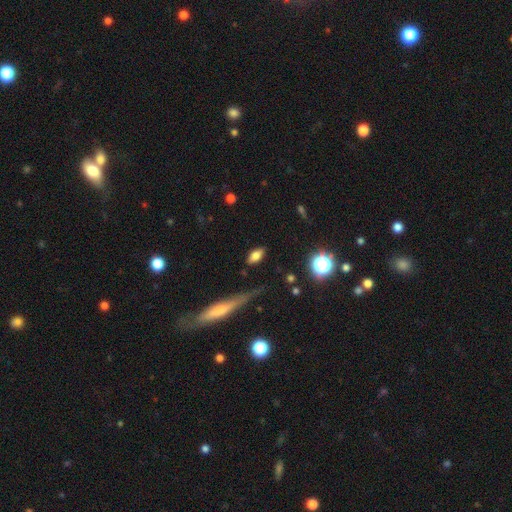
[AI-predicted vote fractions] A smooth galaxy with no disk features (72%) that is in between round and cigar-shaped (85%). Merging: none (82%).